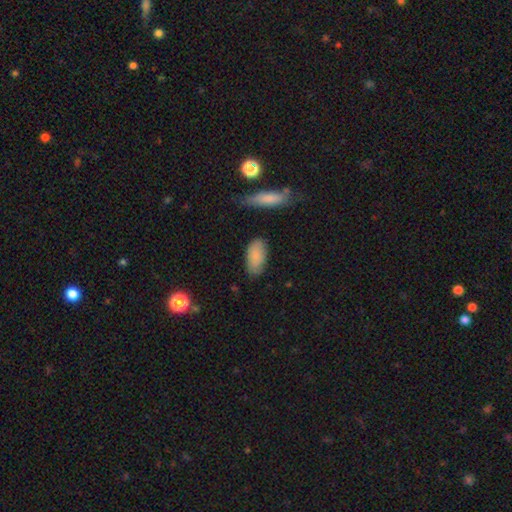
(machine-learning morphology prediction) smooth_or_featured: smooth (p=0.83) [alt: featured or disk p=0.11]
how_rounded: in between (p=0.92) [alt: cigar-shaped p=0.05]
merging: none (p=0.75) [alt: minor disturbance p=0.18]